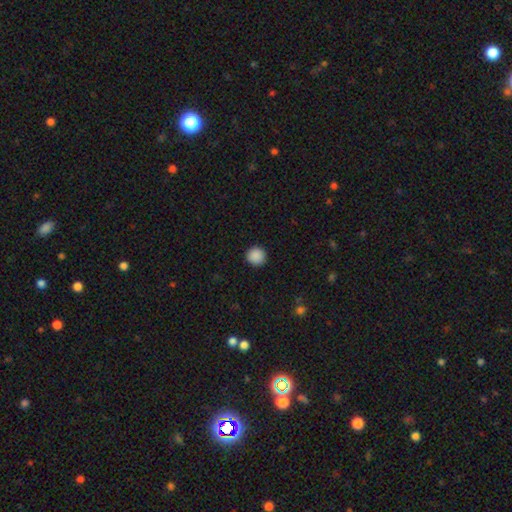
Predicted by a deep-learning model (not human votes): The model was most divided on "smooth or featured": smooth: 89%, star or artifact: 9%, featured or disk: 2%. More confident: how rounded — round (95%); merging — none (93%).